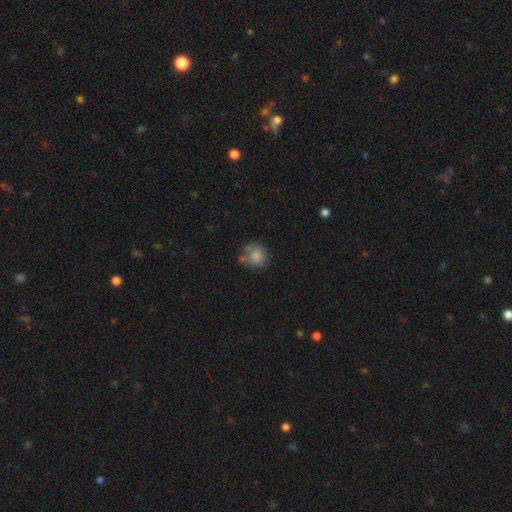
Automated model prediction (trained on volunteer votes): A smooth galaxy with no disk features (80%) that is round (83%). Merging: none (58%).